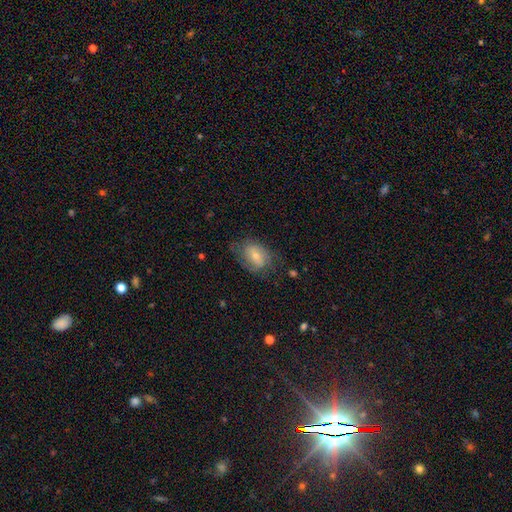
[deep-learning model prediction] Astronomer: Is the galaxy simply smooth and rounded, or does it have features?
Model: featured or disk — 49% (runner-up: smooth, 43%).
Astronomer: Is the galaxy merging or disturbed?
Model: none — 59%.